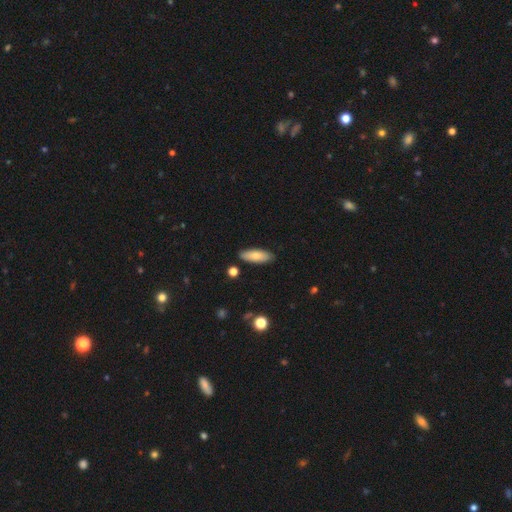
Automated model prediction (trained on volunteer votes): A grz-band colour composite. It shows a smooth galaxy with no disk features (74%) that is in between round and cigar-shaped (64%). Merging: none (88%).